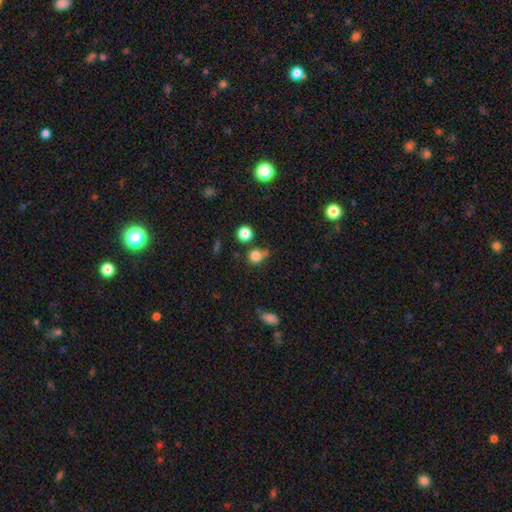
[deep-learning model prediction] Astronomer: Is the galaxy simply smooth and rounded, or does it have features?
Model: smooth — 80%.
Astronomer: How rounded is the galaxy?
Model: round — 86%.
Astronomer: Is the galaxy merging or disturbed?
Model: none — 59%.